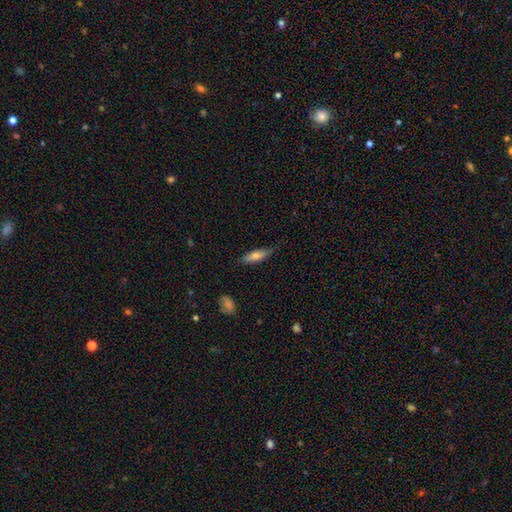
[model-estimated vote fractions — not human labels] Morphology: type=smooth (66%); roundness=cigar-shaped (58%); merging=none (75%).